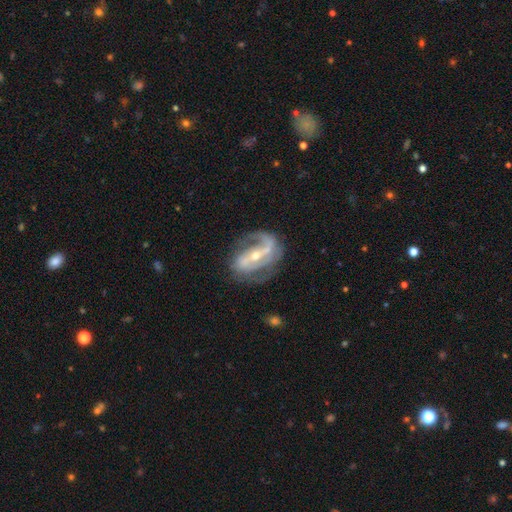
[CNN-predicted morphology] type=featured or disk (88%); edge-on=no (95%); bar=strong (56%); spiral arms=yes (94%); winding=medium (45%); arm count=2 (75%); bulge=small (58%); merging=none (66%).